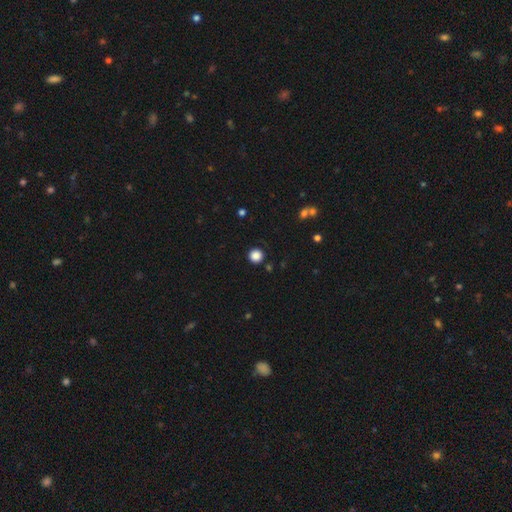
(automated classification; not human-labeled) The model was most divided on "smooth or featured": smooth: 87%, star or artifact: 11%, featured or disk: 3%. More confident: how rounded — round (95%); merging — none (91%).